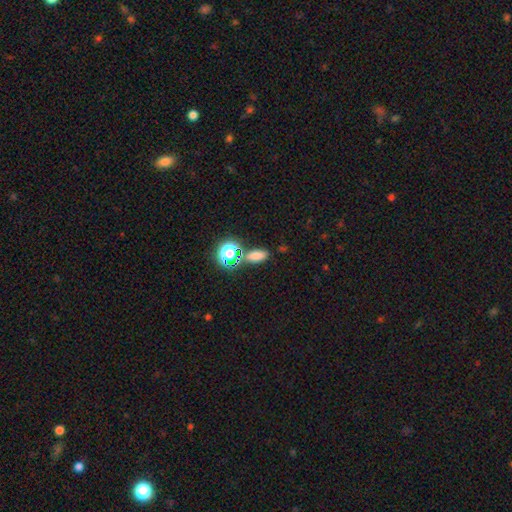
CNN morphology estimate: A smooth galaxy with no disk features (71%) that is in between round and cigar-shaped (76%). Merging: none (76%).